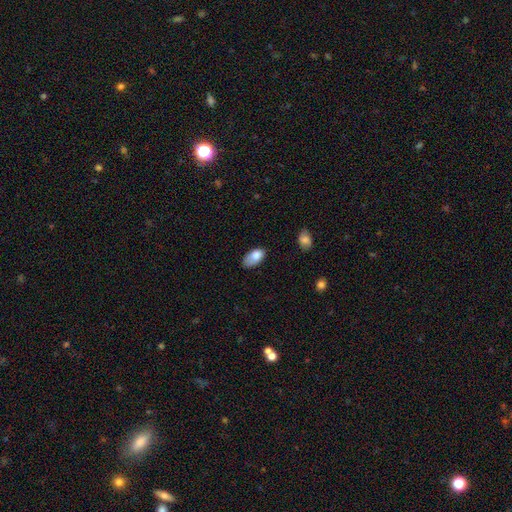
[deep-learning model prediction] The model was most divided on "merging": none: 54%, minor disturbance: 34%, major disturbance: 10%, merger: 2%. More confident: how rounded — in between (93%); smooth or featured — smooth (81%).